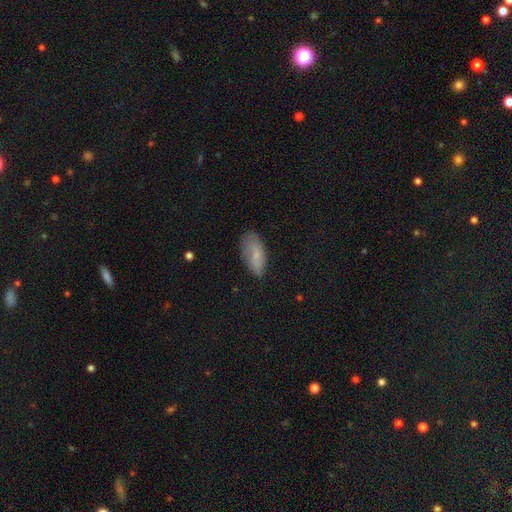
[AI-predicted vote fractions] This appears to be a smooth galaxy with no disk features (70%) that is in between round and cigar-shaped (88%). Merging: none (62%).